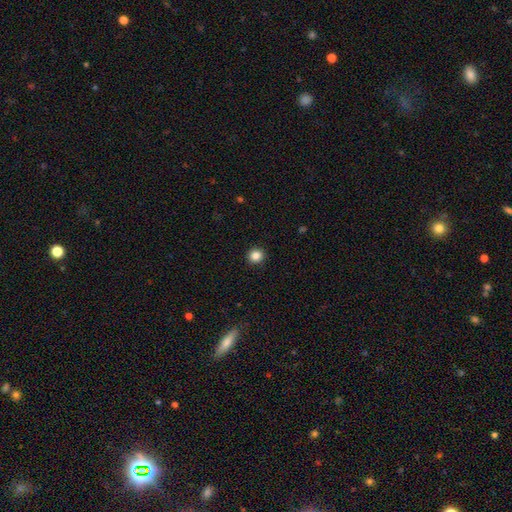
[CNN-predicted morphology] Smooth or featured?
  - smooth: 85% *
  - star or artifact: 11%
  - featured or disk: 4%
How rounded?
  - round: 89% *
  - in between: 10%
  - cigar-shaped: 1%
Merging?
  - none: 92% *
  - minor disturbance: 5%
  - major disturbance: 2%
  - merger: 1%